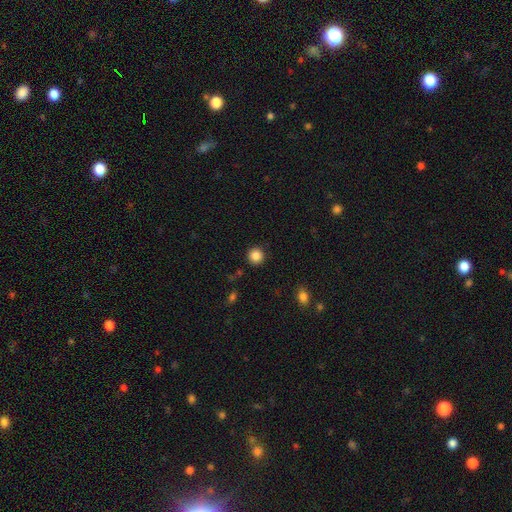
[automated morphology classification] Smooth or featured: smooth — 86% (star or artifact — 11%)
How rounded: round — 94% (in between — 5%)
Merging: none — 90% (minor disturbance — 6%)